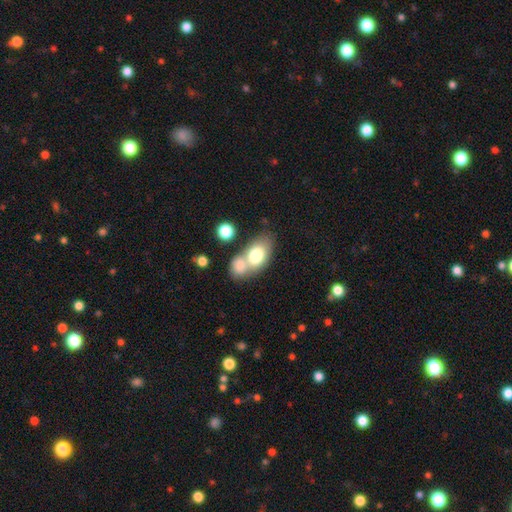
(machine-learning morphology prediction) smooth_or_featured: smooth (p=0.75) [alt: featured or disk p=0.18]
how_rounded: in between (p=0.86) [alt: round p=0.12]
merging: merger (p=0.54) [alt: none p=0.31]